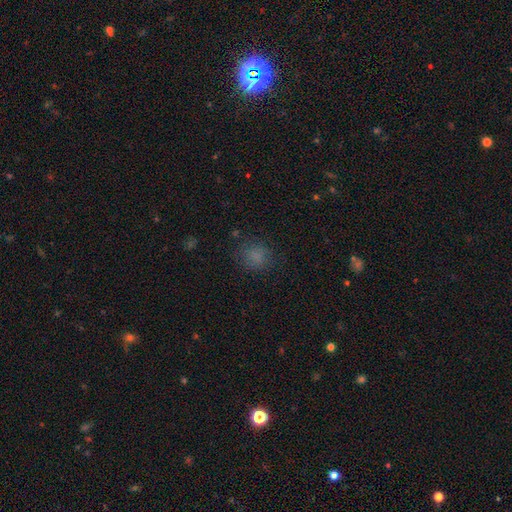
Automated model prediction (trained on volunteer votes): Overall: smooth (78%). How rounded: round (80%). Merging: none (81%).